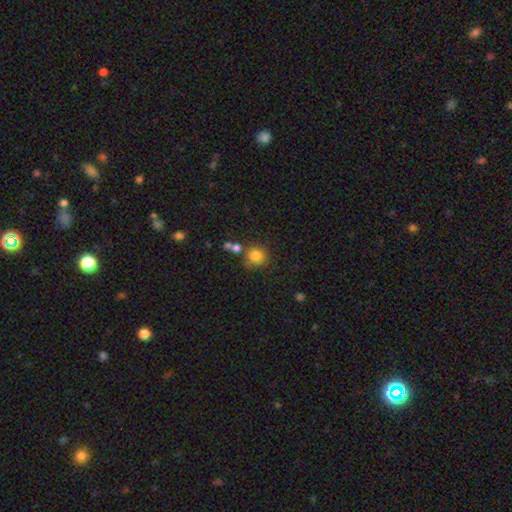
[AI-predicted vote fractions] This is clearly a smooth galaxy (82%). How rounded: clearly round (89%). Merging: likely none (70%).